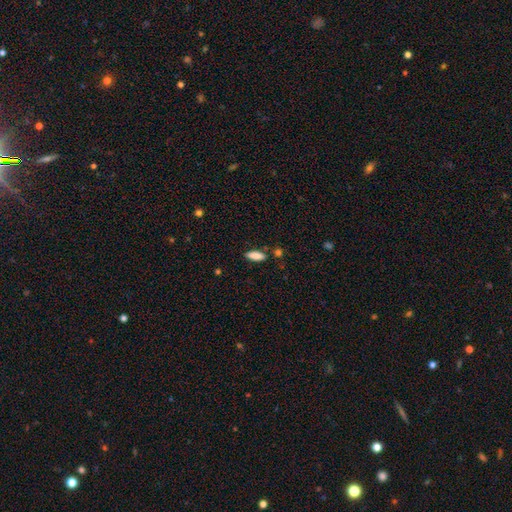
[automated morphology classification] Overall: smooth (85%). How rounded: in between (63%; cigar-shaped 35%). Merging: none (82%).